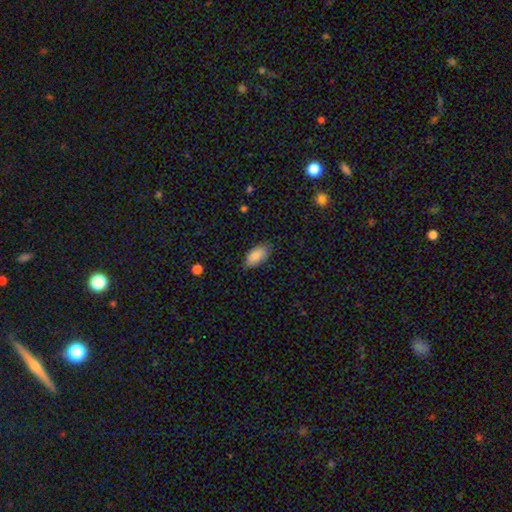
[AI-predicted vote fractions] Smooth or featured? Predicted: smooth (p=0.88). How rounded? Predicted: in between (p=0.93). Merging? Predicted: none (p=0.79).